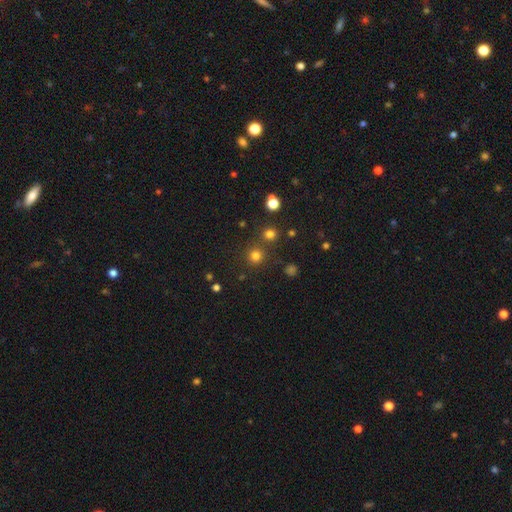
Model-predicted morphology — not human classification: Smooth or featured?
  - smooth: 75% *
  - star or artifact: 20%
  - featured or disk: 5%
How rounded?
  - round: 93% *
  - in between: 6%
  - cigar-shaped: 1%
Merging?
  - none: 79% *
  - merger: 11%
  - minor disturbance: 7%
  - major disturbance: 3%